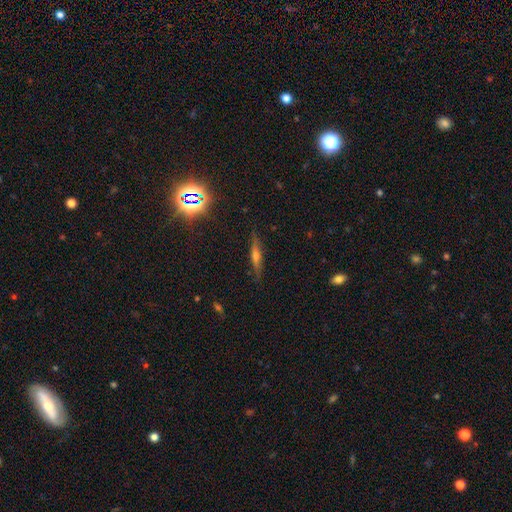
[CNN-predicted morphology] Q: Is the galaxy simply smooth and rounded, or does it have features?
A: featured or disk — 57%.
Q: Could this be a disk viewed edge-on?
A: yes — 94%.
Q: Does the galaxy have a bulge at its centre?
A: rounded — 80%.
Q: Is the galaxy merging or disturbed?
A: none — 86%.